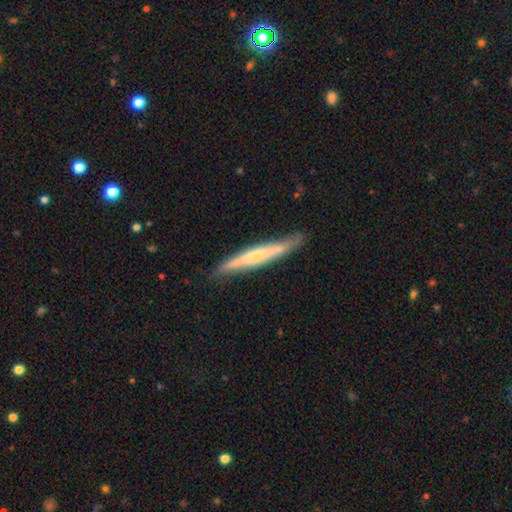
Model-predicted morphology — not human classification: Smooth or featured?
  - featured or disk: 51% *
  - smooth: 44%
  - star or artifact: 5%
Edge-on disk?
  - yes: 91% *
  - no: 9%
Merging?
  - none: 80% *
  - minor disturbance: 16%
  - major disturbance: 3%
  - merger: 2%